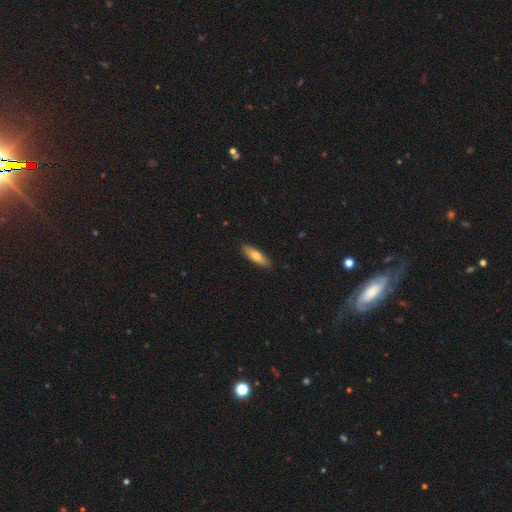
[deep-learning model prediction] Q: Smooth or featured?
A: smooth (72%); runner-up: featured or disk (23%)
Q: How rounded?
A: cigar-shaped (56%); runner-up: in between (42%)
Q: Merging?
A: none (89%); runner-up: minor disturbance (9%)